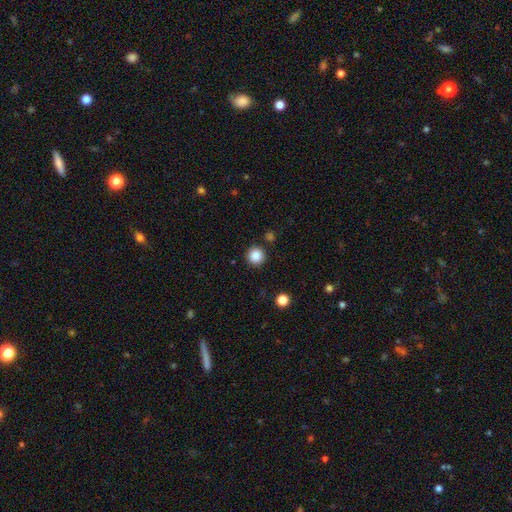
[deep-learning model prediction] A smooth galaxy with no disk features (87%) that is round (95%).

Vote fractions:
- Smooth or featured? smooth: 87% / star or artifact: 10% / featured or disk: 3%
- How rounded? round: 95% / in between: 4% / cigar-shaped: 1%
- Merging? none: 90% / minor disturbance: 6% / merger: 2% / major disturbance: 2%